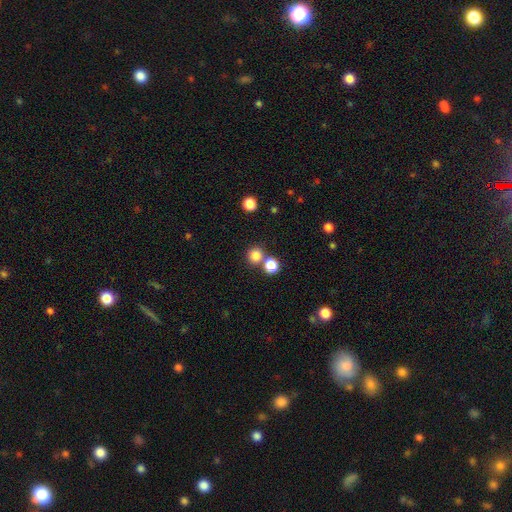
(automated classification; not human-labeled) Q: Smooth or featured?
A: smooth (82%); runner-up: star or artifact (13%)
Q: How rounded?
A: round (90%); runner-up: in between (9%)
Q: Merging?
A: none (67%); runner-up: merger (23%)